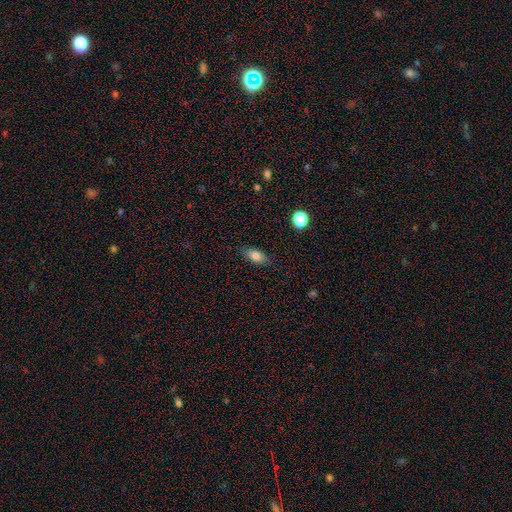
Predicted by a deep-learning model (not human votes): Smooth or featured? smooth (79%)
How rounded? in between (84%)
Merging? none (86%)